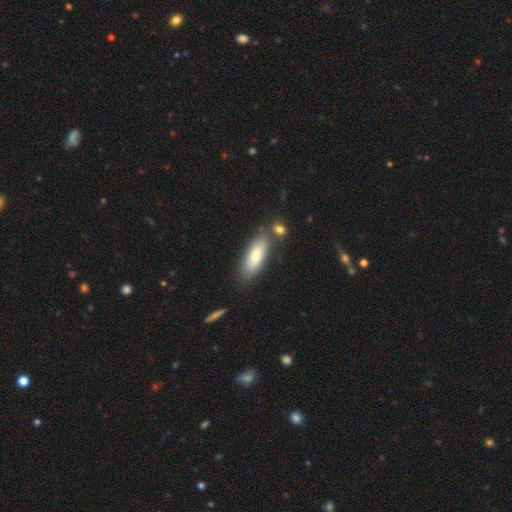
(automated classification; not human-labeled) smooth 76%, featured or disk 18%, star or artifact 6%. Down the decision tree: how rounded — in between (61%); merging — none (71%).